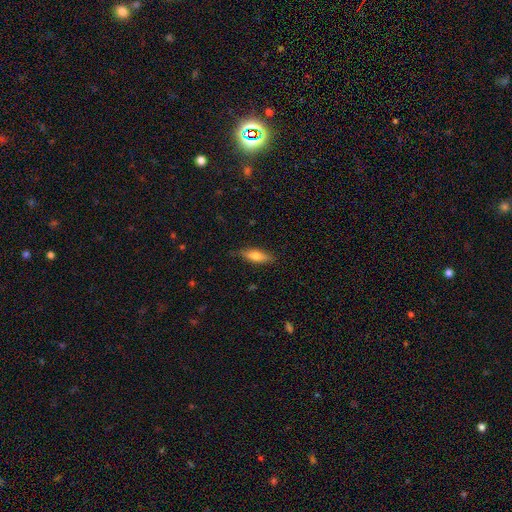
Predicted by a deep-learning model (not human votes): smooth 67%, featured or disk 27%, star or artifact 6%. Down the decision tree: how rounded — cigar-shaped (50%); merging — none (82%).